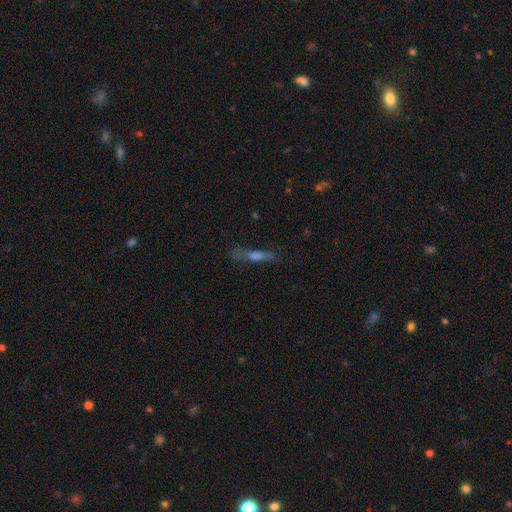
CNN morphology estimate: type=smooth (44%); merging=none (75%).